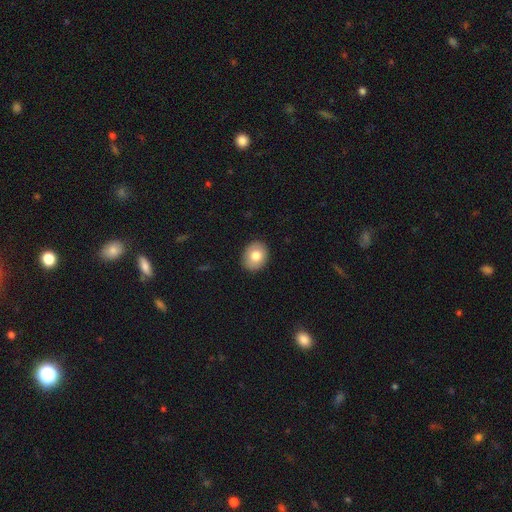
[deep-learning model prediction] The model was most divided on "how rounded": round: 52%, in between: 47%, cigar-shaped: 1%. More confident: merging — none (90%); smooth or featured — smooth (79%).